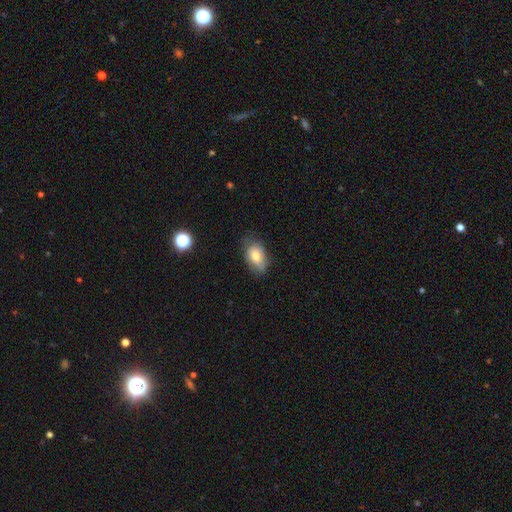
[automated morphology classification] This appears to be a smooth galaxy with no disk features (74%) that is in between round and cigar-shaped (88%). Merging: none (64%).